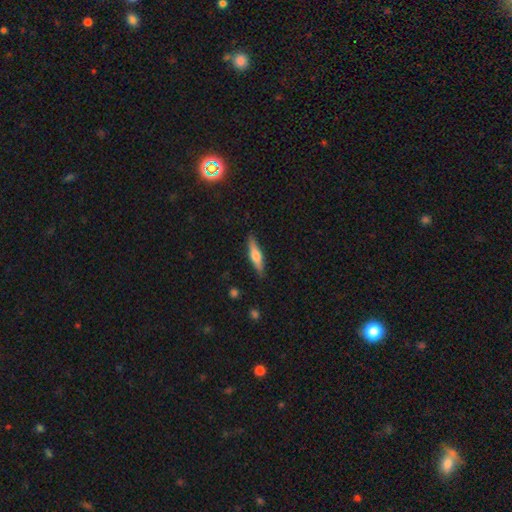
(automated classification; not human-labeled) Q: Smooth or featured?
A: featured or disk (47%); tied with: smooth (47%)
Q: Merging?
A: none (88%); runner-up: minor disturbance (9%)